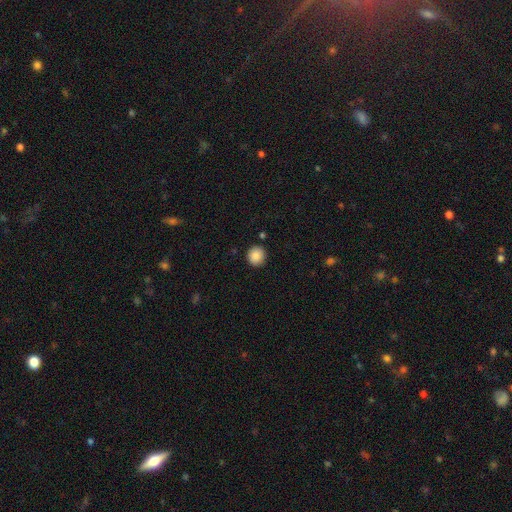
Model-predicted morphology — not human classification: A smooth galaxy with no disk features (88%) that is round (89%).

Vote fractions:
- Smooth or featured? smooth: 88% / star or artifact: 9% / featured or disk: 4%
- How rounded? round: 89% / in between: 10% / cigar-shaped: 1%
- Merging? none: 90% / minor disturbance: 7% / major disturbance: 2% / merger: 2%